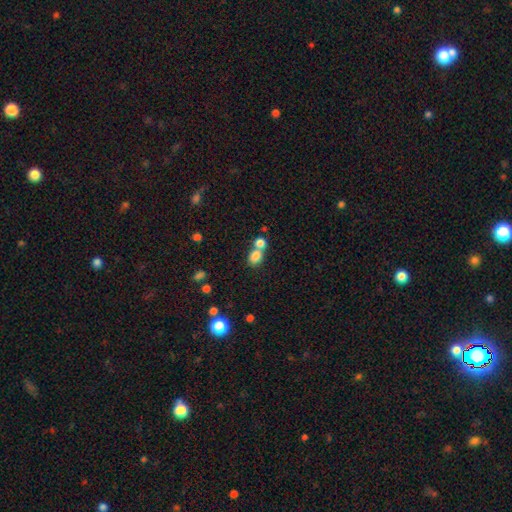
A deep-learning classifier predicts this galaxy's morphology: Smooth or featured: smooth — 81% (star or artifact — 11%)
How rounded: in between — 51% (round — 48%)
Merging: merger — 50% (none — 40%)